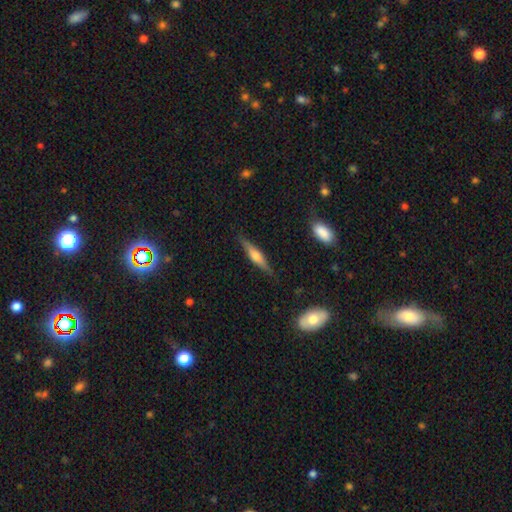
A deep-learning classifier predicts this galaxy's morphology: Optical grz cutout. It shows a featured or disk galaxy (60%) viewed edge-on (96%) with a rounded central bulge (84%). Merging: none (85%).